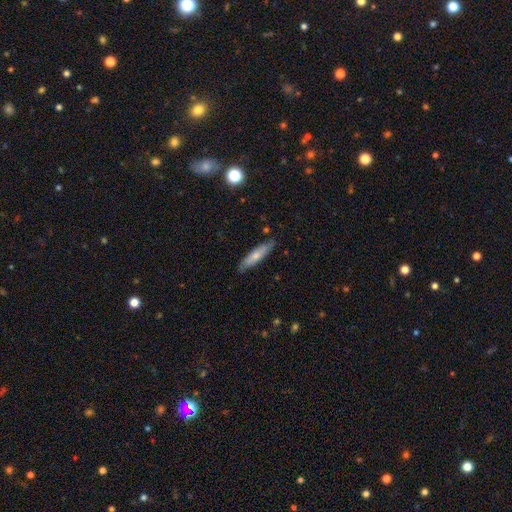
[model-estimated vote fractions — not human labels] A smooth galaxy with no disk features (66%) that is cigar-shaped (77%). Merging: none (82%).